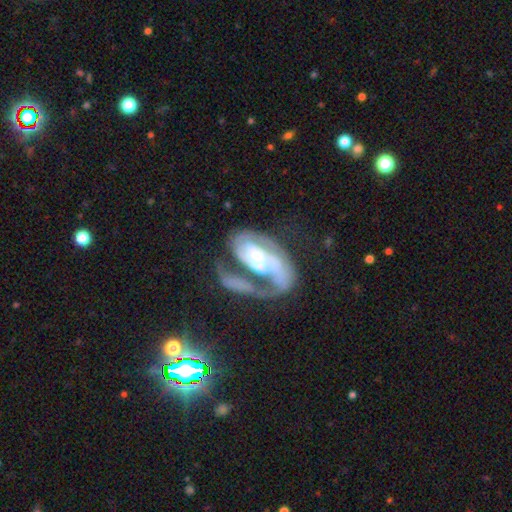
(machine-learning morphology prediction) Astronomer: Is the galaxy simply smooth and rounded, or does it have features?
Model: featured or disk — 76%.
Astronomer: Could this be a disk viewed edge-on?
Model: no — 96%.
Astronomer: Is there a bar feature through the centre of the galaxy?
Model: no — 69%.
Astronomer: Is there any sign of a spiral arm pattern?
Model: yes — 69%.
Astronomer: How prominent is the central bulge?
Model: moderate — 48% (runner-up: small, 39%).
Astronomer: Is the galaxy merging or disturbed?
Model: merger — 55%.